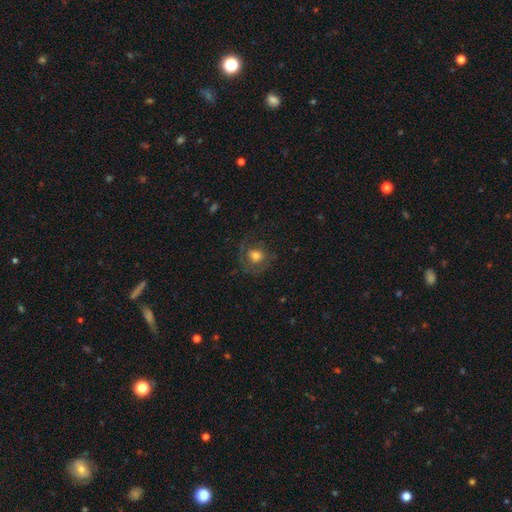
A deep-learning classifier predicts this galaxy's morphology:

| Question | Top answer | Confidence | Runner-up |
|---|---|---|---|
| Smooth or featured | smooth | 51% | featured or disk (38%) |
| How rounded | round | 66% | in between (33%) |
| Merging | none | 56% | major disturbance (22%) |